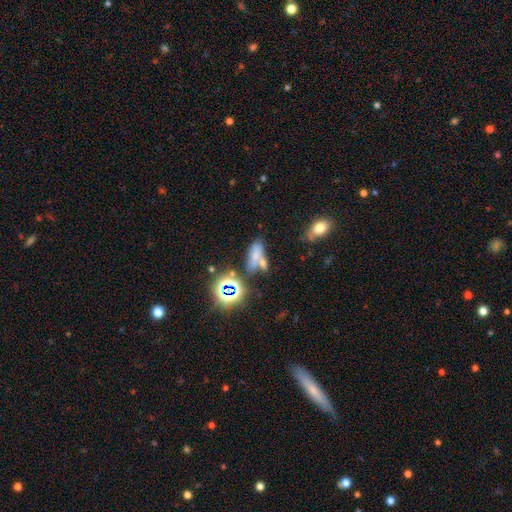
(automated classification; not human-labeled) Morphology: type=smooth (58%); roundness=in between (72%); merging=merger (40%).